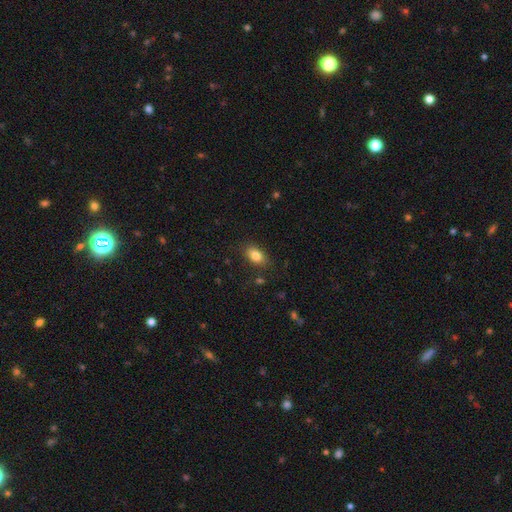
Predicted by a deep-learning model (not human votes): Smooth or featured?
  - smooth: 82% *
  - featured or disk: 9%
  - star or artifact: 9%
How rounded?
  - in between: 87% *
  - round: 9%
  - cigar-shaped: 4%
Merging?
  - none: 82% *
  - minor disturbance: 13%
  - major disturbance: 3%
  - merger: 2%